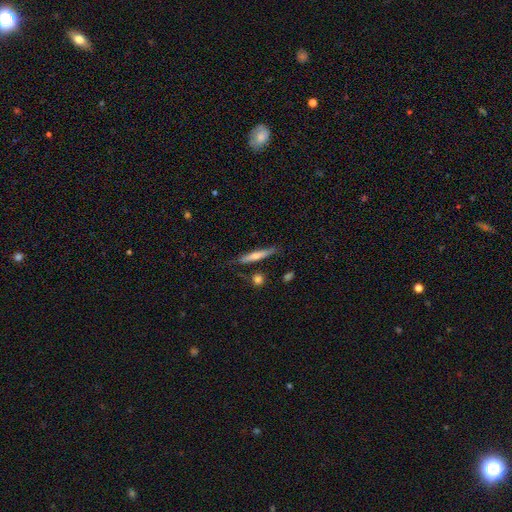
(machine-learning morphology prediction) Smooth or featured? Predicted: smooth (p=0.48). Merging? Predicted: none (p=0.79).